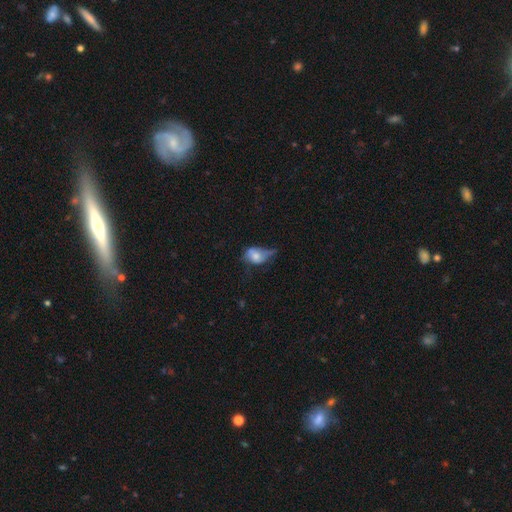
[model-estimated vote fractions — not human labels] smooth-or-featured: smooth: 55% | featured or disk: 36% | star or artifact: 10%
  how-rounded: in between: 74% | round: 23% | cigar-shaped: 2%
  merging: major disturbance: 36% | minor disturbance: 32% | none: 24% | merger: 8%